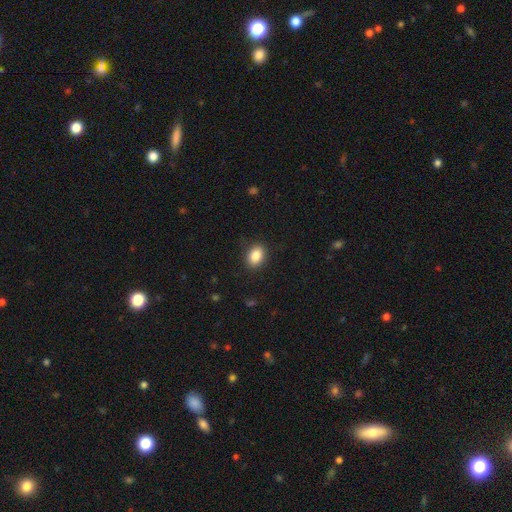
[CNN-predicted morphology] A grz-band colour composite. It shows a smooth galaxy with no disk features (86%) that is in between round and cigar-shaped (77%). Merging: none (88%).